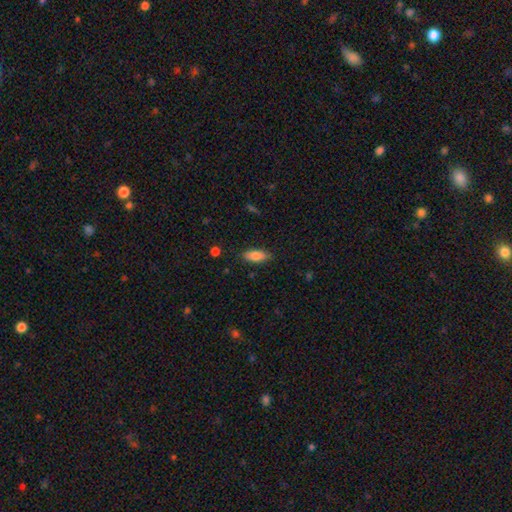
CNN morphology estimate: type=smooth (83%); roundness=in between (78%); merging=none (85%).